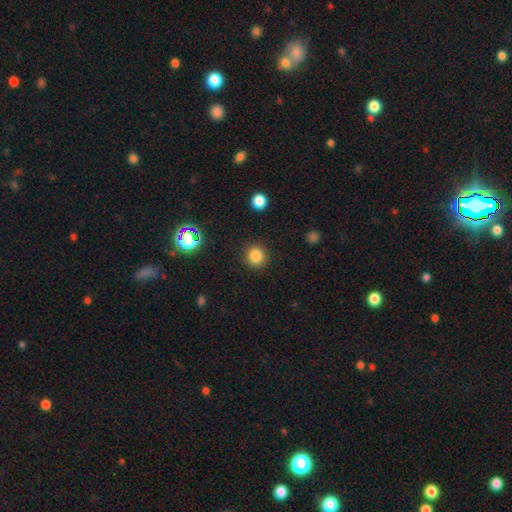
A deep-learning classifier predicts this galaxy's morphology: Smooth or featured: smooth — 82% (star or artifact — 13%)
How rounded: round — 90% (in between — 9%)
Merging: none — 90% (minor disturbance — 6%)